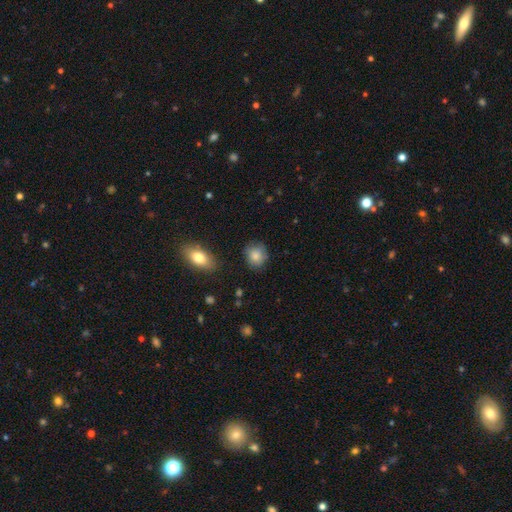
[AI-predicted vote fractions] Smooth or featured? Predicted: smooth (p=0.83). How rounded? Predicted: round (p=0.71). Merging? Predicted: none (p=0.76).